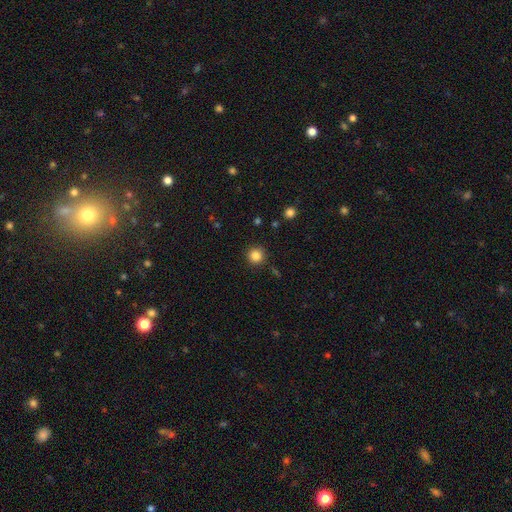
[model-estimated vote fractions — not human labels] Smooth or featured?
  - smooth: 84% *
  - star or artifact: 12%
  - featured or disk: 4%
How rounded?
  - round: 95% *
  - in between: 5%
  - cigar-shaped: 1%
Merging?
  - none: 90% *
  - minor disturbance: 6%
  - major disturbance: 2%
  - merger: 2%